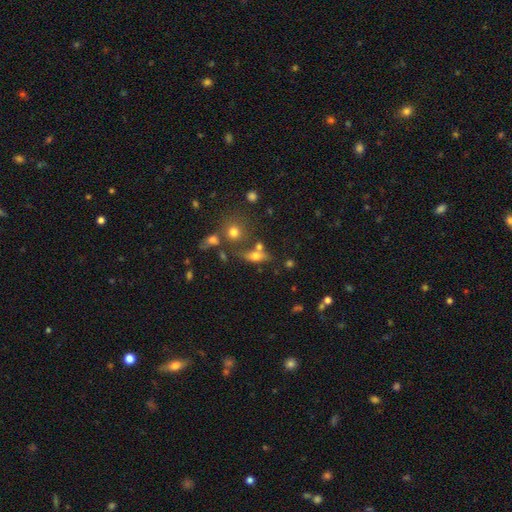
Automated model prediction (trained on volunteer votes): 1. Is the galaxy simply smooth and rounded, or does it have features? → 63% smooth, 24% featured or disk, 13% star or artifact.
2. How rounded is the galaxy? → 63% in between, 22% cigar-shaped, 15% round.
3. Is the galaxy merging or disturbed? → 54% none, 23% merger, 16% minor disturbance, 8% major disturbance.